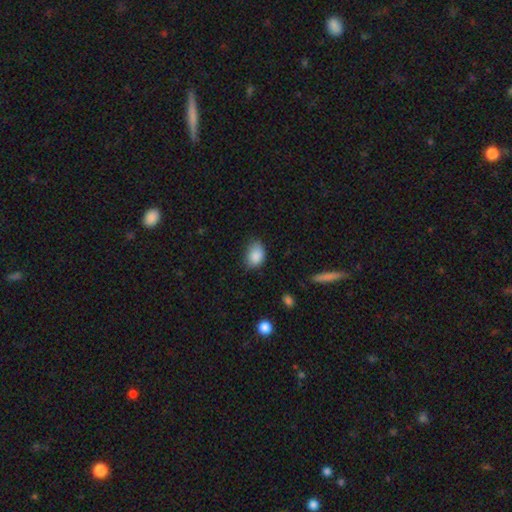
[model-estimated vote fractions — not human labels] smooth-or-featured: smooth: 87% | star or artifact: 8% | featured or disk: 5%
  how-rounded: in between: 78% | round: 21% | cigar-shaped: 1%
  merging: none: 61% | minor disturbance: 31% | major disturbance: 6% | merger: 2%